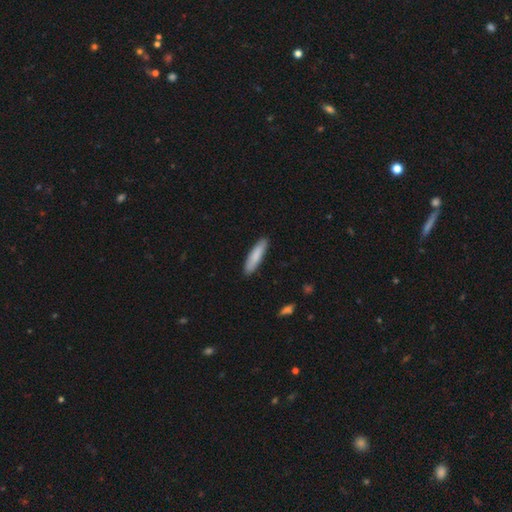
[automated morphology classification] Q: Smooth or featured?
A: smooth (83%); runner-up: featured or disk (11%)
Q: How rounded?
A: cigar-shaped (80%); runner-up: in between (19%)
Q: Merging?
A: none (89%); runner-up: minor disturbance (8%)